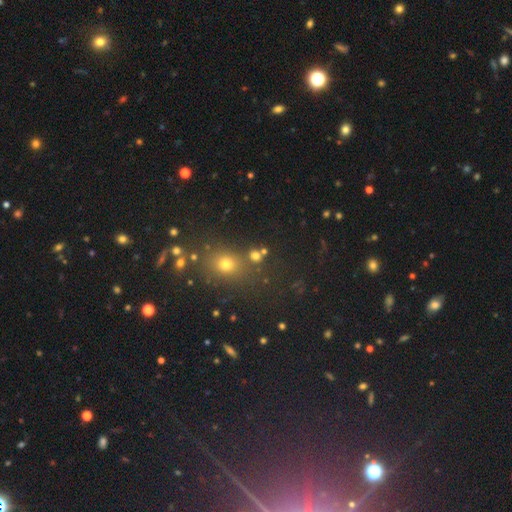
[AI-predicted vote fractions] The model was most divided on "smooth or featured": smooth: 67%, star or artifact: 25%, featured or disk: 8%. More confident: how rounded — round (77%); merging — none (71%).